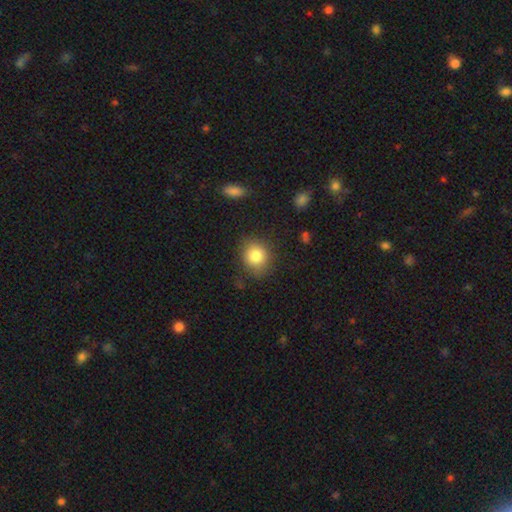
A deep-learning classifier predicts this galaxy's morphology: This appears to be a smooth galaxy with no disk features (83%) that is round (73%). Merging: none (80%).